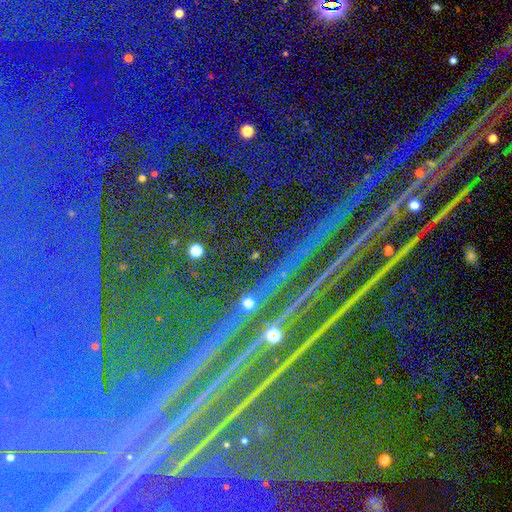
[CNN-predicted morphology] smooth_or_featured: star or artifact (p=0.83) [alt: featured or disk p=0.08]